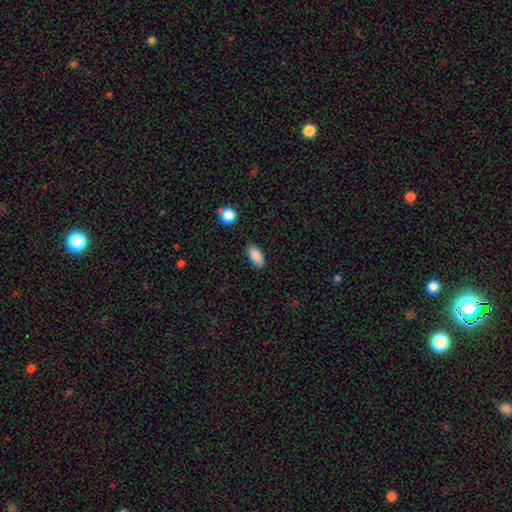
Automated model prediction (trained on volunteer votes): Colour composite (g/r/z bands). It shows a smooth galaxy with no disk features (88%) that is in between round and cigar-shaped (89%). Merging: none (86%).